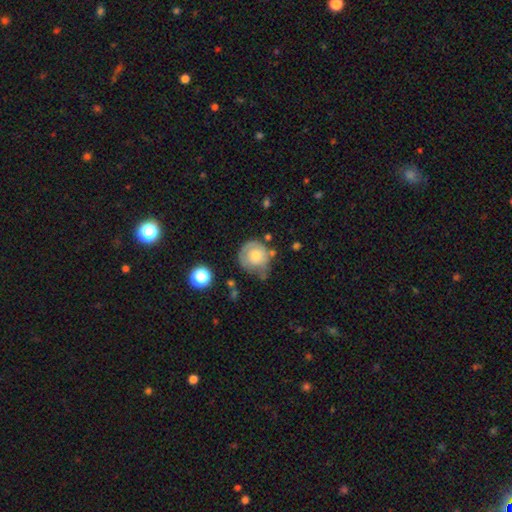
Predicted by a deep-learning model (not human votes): Morphology: type=smooth (61%); roundness=round (87%); merging=none (45%).